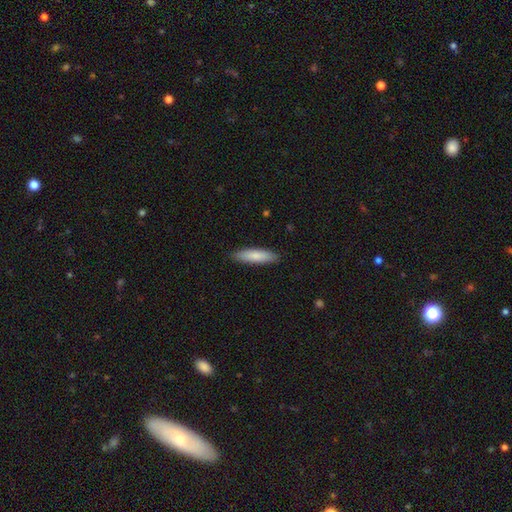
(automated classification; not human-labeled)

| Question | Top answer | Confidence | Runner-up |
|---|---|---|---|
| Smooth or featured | smooth | 83% | featured or disk (12%) |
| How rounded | cigar-shaped | 69% | in between (30%) |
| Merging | none | 89% | minor disturbance (8%) |